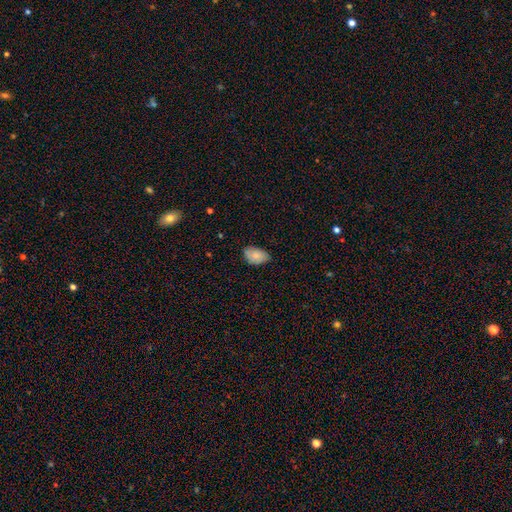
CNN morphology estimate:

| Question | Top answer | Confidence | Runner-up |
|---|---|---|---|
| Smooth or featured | smooth | 83% | featured or disk (10%) |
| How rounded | in between | 90% | round (9%) |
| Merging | none | 70% | minor disturbance (25%) |